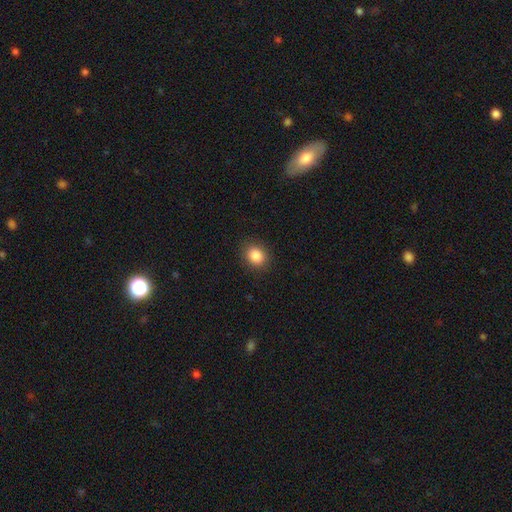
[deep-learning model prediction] A smooth galaxy with no disk features (86%) that is round (64%). Merging: none (89%).